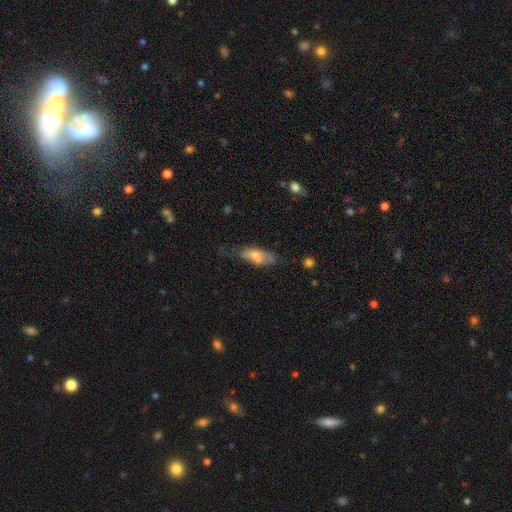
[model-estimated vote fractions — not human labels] The model was most divided on "merging": none: 38%, minor disturbance: 34%, major disturbance: 23%, merger: 5%. More confident: how rounded — in between (76%); smooth or featured — smooth (65%).